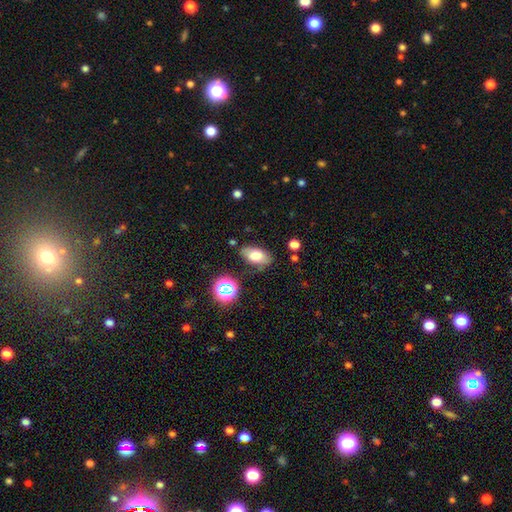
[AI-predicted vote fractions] Smooth or featured? Predicted: smooth (p=0.73). How rounded? Predicted: in between (p=0.90). Merging? Predicted: none (p=0.76).